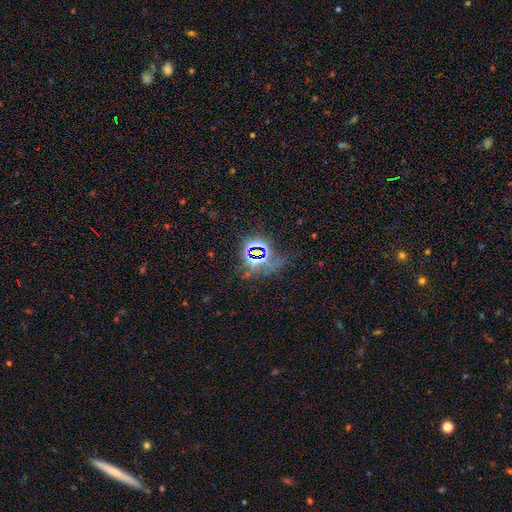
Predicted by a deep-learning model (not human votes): This is likely a star or artifact rather than a galaxy (73%).